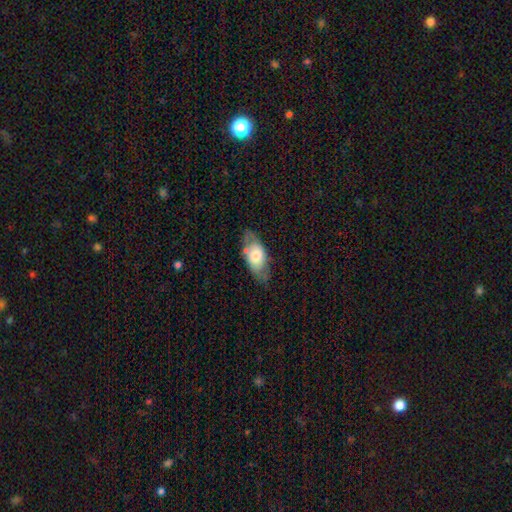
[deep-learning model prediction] Smooth or featured: smooth — 62% (featured or disk — 31%)
How rounded: in between — 89% (cigar-shaped — 8%)
Merging: none — 63% (minor disturbance — 25%)